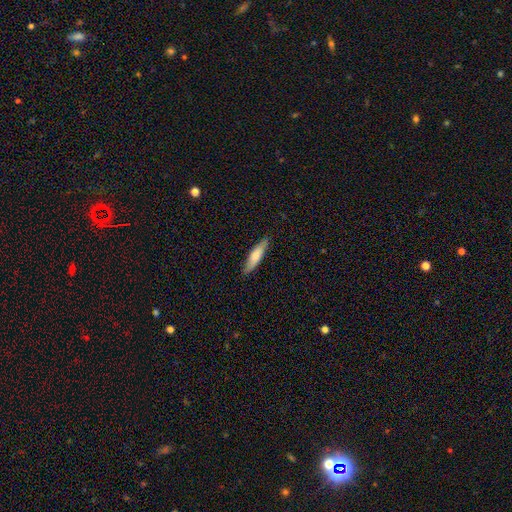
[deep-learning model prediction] The model was most divided on "smooth or featured": smooth: 70%, featured or disk: 25%, star or artifact: 5%. More confident: merging — none (87%); how rounded — cigar-shaped (79%).